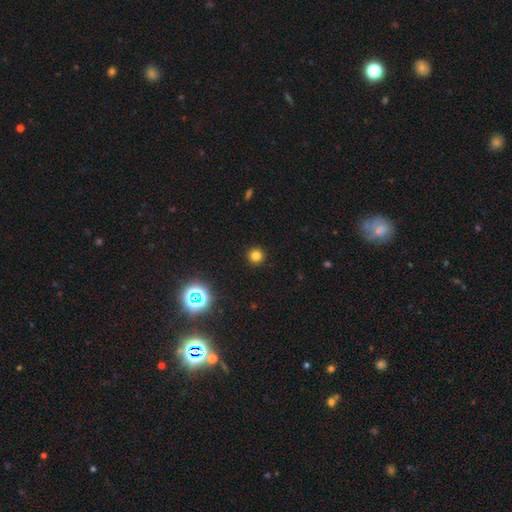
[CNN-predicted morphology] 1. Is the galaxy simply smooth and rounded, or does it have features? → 78% smooth, 17% star or artifact, 5% featured or disk.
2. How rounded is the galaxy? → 95% round, 4% in between, 1% cigar-shaped.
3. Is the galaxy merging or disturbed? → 93% none, 4% minor disturbance, 2% major disturbance, 1% merger.